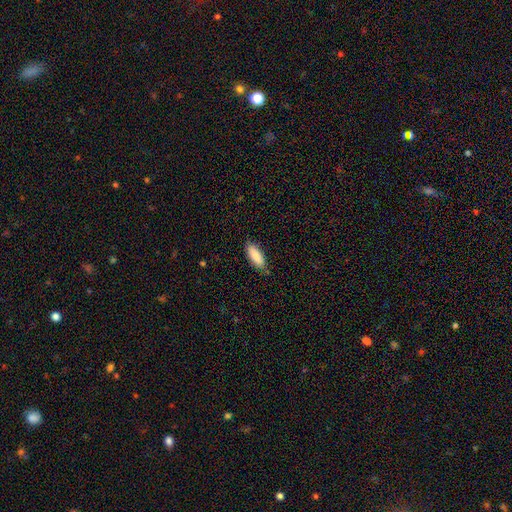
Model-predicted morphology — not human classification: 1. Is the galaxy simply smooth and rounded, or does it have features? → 88% smooth, 6% star or artifact, 6% featured or disk.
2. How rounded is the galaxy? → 70% in between, 28% cigar-shaped, 2% round.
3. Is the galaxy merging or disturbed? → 81% none, 15% minor disturbance, 2% major disturbance, 1% merger.